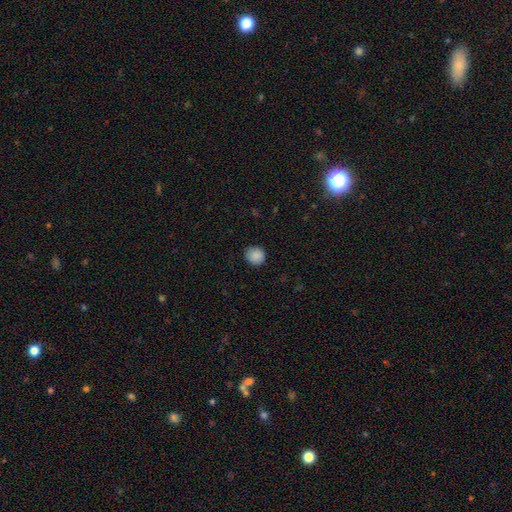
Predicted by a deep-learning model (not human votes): The model was most divided on "how rounded": round: 87%, in between: 13%, cigar-shaped: 1%. More confident: smooth or featured — smooth (89%); merging — none (86%).